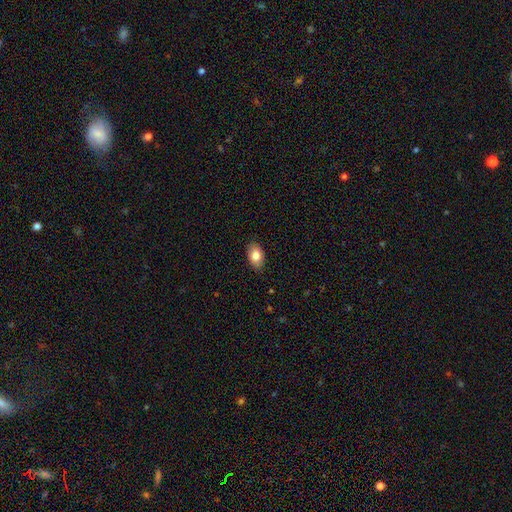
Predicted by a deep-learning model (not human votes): Morphology: type=smooth (83%); roundness=in between (90%); merging=none (88%).